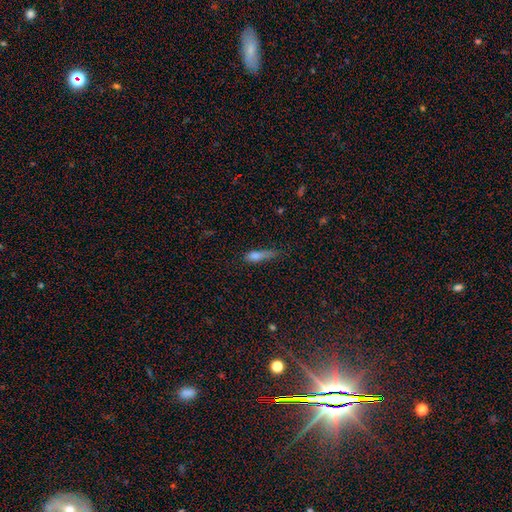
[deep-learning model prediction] Q: Smooth or featured?
A: smooth (68%); runner-up: featured or disk (19%)
Q: How rounded?
A: cigar-shaped (59%); runner-up: in between (35%)
Q: Merging?
A: none (35%); tied with: minor disturbance (35%)